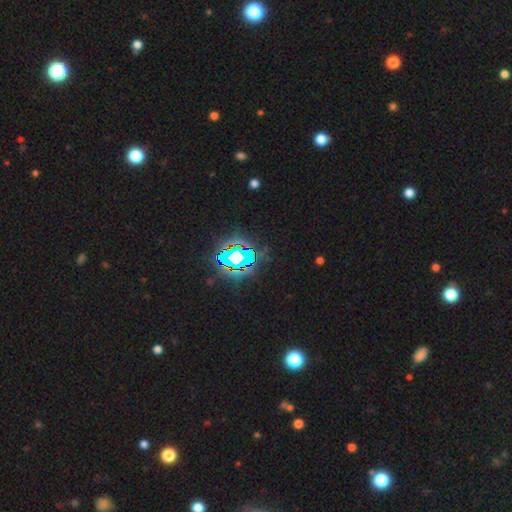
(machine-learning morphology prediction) Smooth or featured? star or artifact (82%)